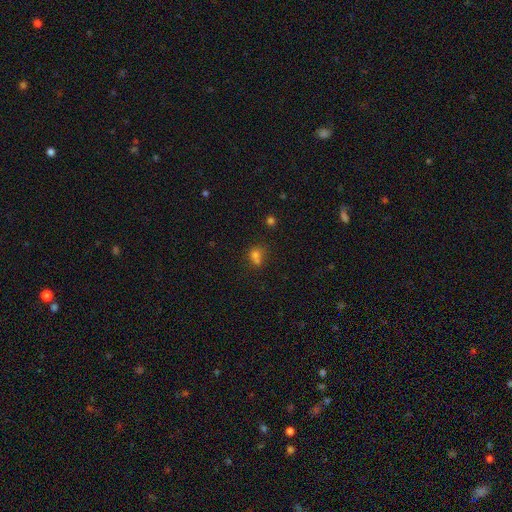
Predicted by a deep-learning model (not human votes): Smooth or featured?
  - smooth: 71% *
  - star or artifact: 17%
  - featured or disk: 13%
How rounded?
  - round: 67% *
  - in between: 32%
  - cigar-shaped: 1%
Merging?
  - merger: 47% *
  - none: 36%
  - minor disturbance: 12%
  - major disturbance: 6%